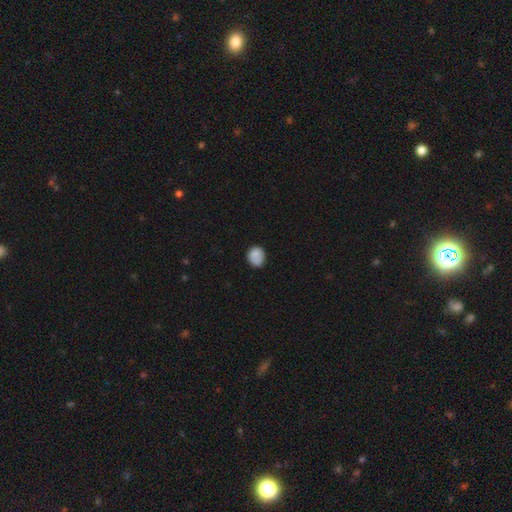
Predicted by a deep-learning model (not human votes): A smooth galaxy with no disk features (84%) that is round (64%). Merging: none (75%).